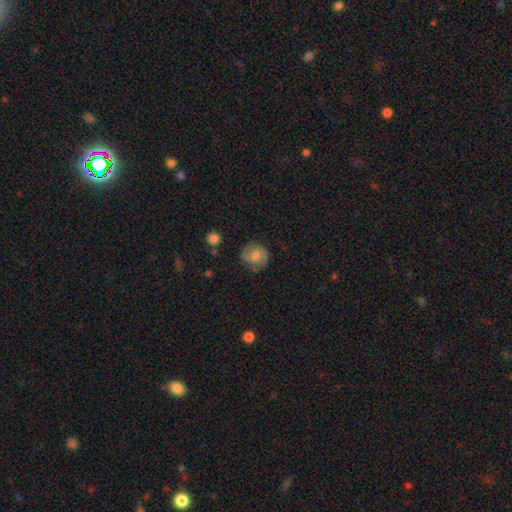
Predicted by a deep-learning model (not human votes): Q: Smooth or featured?
A: smooth (53%); runner-up: featured or disk (39%)
Q: How rounded?
A: round (83%); runner-up: in between (16%)
Q: Merging?
A: none (71%); runner-up: minor disturbance (20%)